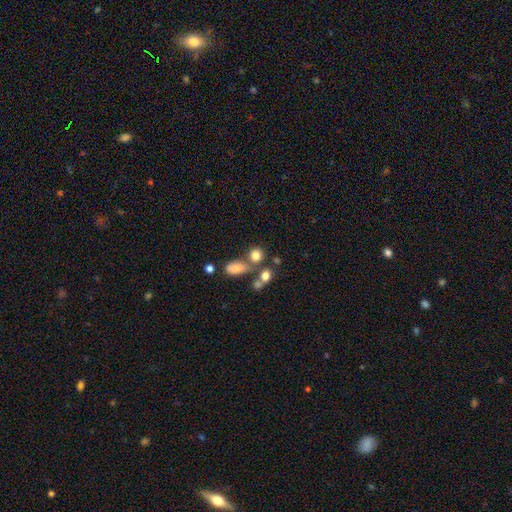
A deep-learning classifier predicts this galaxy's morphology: A smooth galaxy with no disk features (78%) that is round (72%).

Vote fractions:
- Smooth or featured? smooth: 78% / star or artifact: 12% / featured or disk: 10%
- How rounded? round: 72% / in between: 26% / cigar-shaped: 2%
- Merging? none: 53% / merger: 31% / minor disturbance: 11% / major disturbance: 5%